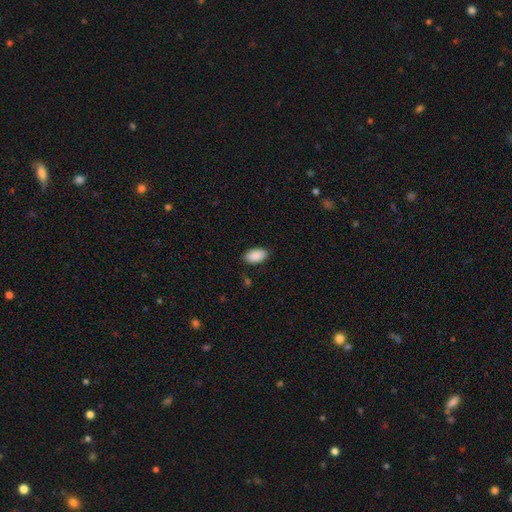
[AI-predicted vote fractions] Morphology: type=smooth (91%); roundness=in between (95%); merging=none (87%).